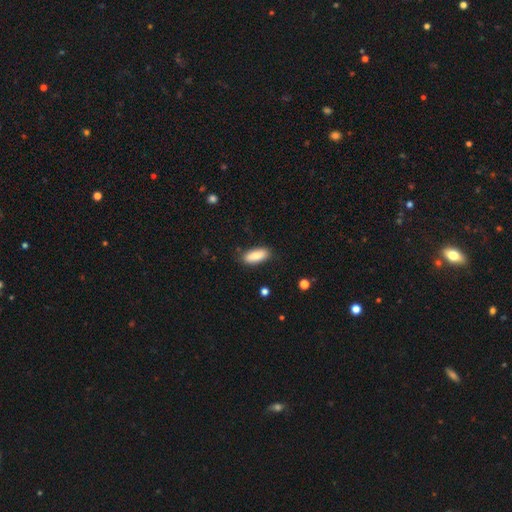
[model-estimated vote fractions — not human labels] Smooth or featured?
  - smooth: 83% *
  - featured or disk: 10%
  - star or artifact: 7%
How rounded?
  - in between: 79% *
  - cigar-shaped: 19%
  - round: 2%
Merging?
  - none: 84% *
  - minor disturbance: 12%
  - major disturbance: 2%
  - merger: 1%